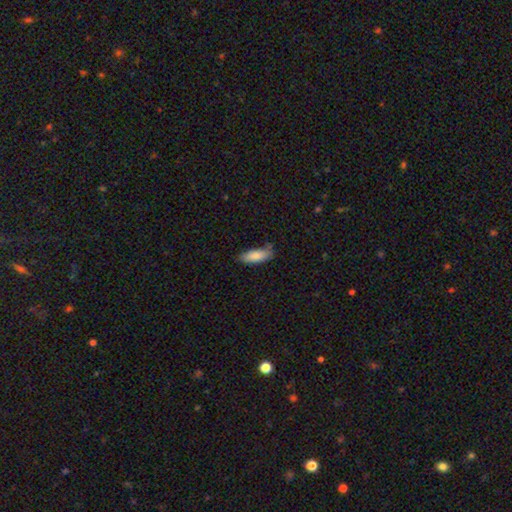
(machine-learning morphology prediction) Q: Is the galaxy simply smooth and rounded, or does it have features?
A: smooth — 85%.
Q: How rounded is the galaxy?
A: in between — 70%.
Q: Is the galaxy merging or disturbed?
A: none — 70%.